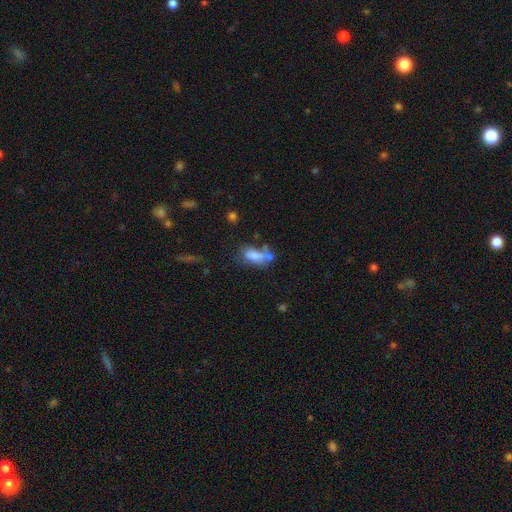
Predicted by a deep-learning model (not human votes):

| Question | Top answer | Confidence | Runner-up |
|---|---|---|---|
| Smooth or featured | smooth | 72% | featured or disk (18%) |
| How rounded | in between | 85% | cigar-shaped (10%) |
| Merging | none | 33% | merger (32%) |